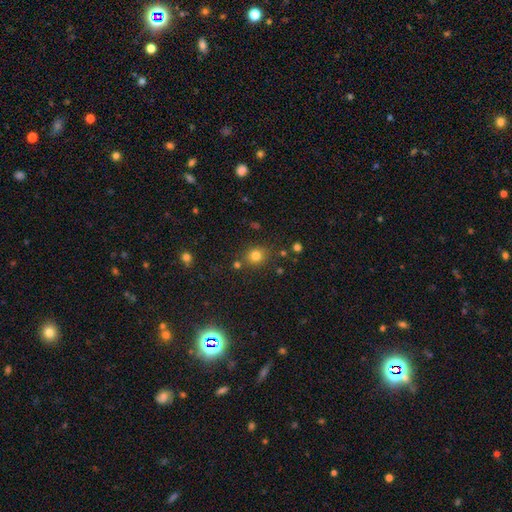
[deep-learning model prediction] A smooth galaxy with no disk features (78%) that is round (79%). Merging: none (78%).